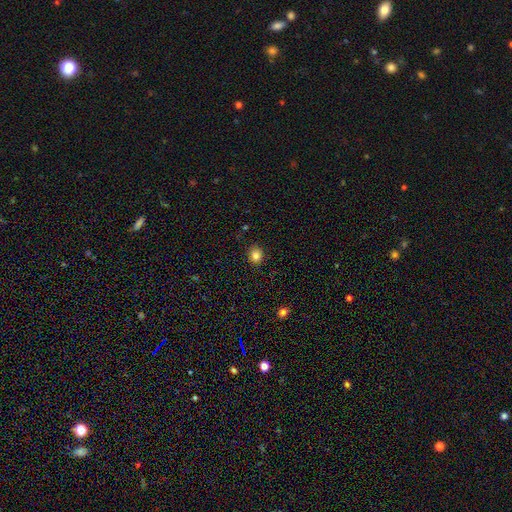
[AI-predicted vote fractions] The model was most divided on "how rounded": round: 72%, in between: 27%, cigar-shaped: 1%. More confident: merging — none (89%); smooth or featured — smooth (83%).